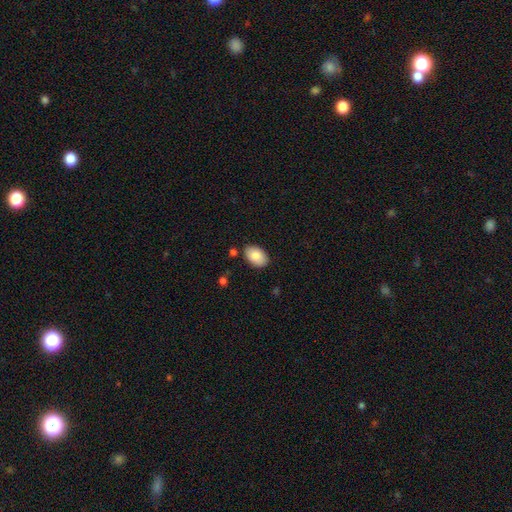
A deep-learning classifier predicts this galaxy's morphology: Q: Smooth or featured?
A: smooth (84%); runner-up: featured or disk (9%)
Q: How rounded?
A: in between (90%); runner-up: round (9%)
Q: Merging?
A: none (84%); runner-up: minor disturbance (11%)